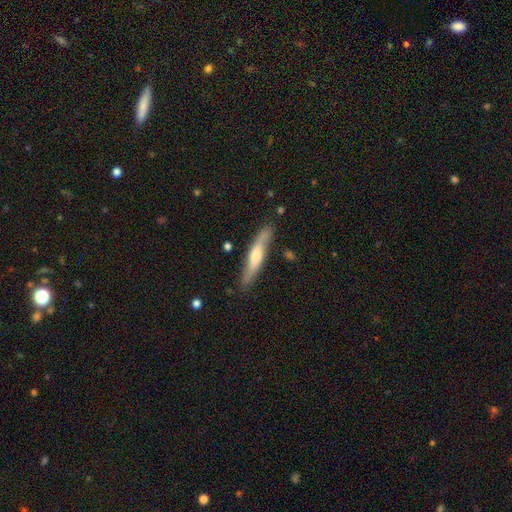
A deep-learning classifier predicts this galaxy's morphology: A featured or disk galaxy (50%) viewed edge-on (76%). Merging: none (83%).